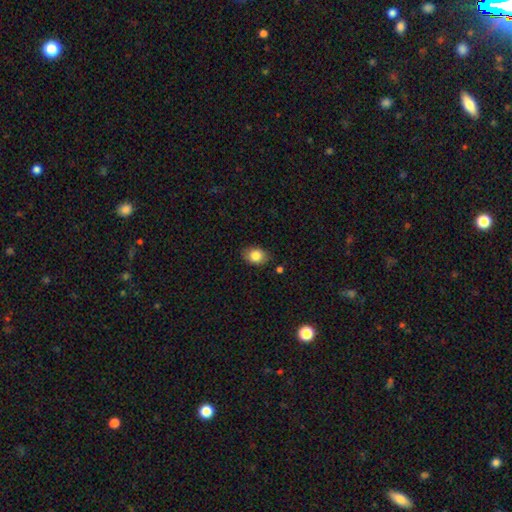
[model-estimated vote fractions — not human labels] Smooth or featured?
  - smooth: 84% *
  - star or artifact: 9%
  - featured or disk: 8%
How rounded?
  - in between: 70% *
  - round: 29%
  - cigar-shaped: 1%
Merging?
  - none: 82% *
  - minor disturbance: 13%
  - major disturbance: 3%
  - merger: 2%